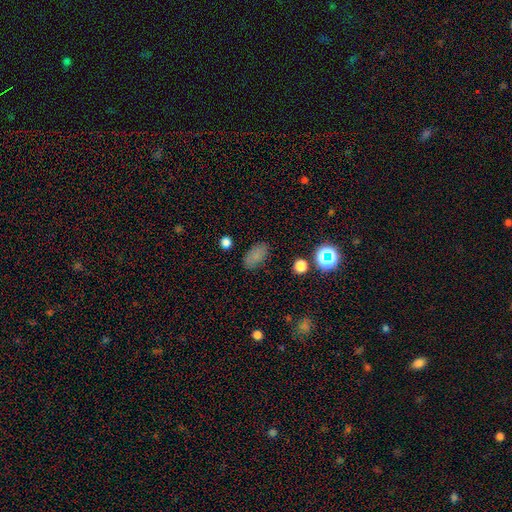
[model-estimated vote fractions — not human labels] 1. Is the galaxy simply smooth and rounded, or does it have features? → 77% smooth, 15% star or artifact, 7% featured or disk.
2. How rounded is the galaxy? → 89% in between, 9% round, 2% cigar-shaped.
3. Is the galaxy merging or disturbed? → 81% none, 13% minor disturbance, 4% major disturbance, 2% merger.